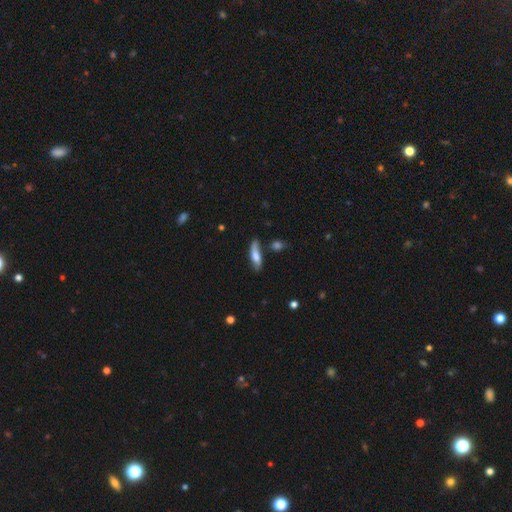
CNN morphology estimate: smooth 59%, featured or disk 34%, star or artifact 7%. Down the decision tree: how rounded — cigar-shaped (55%); merging — none (63%).